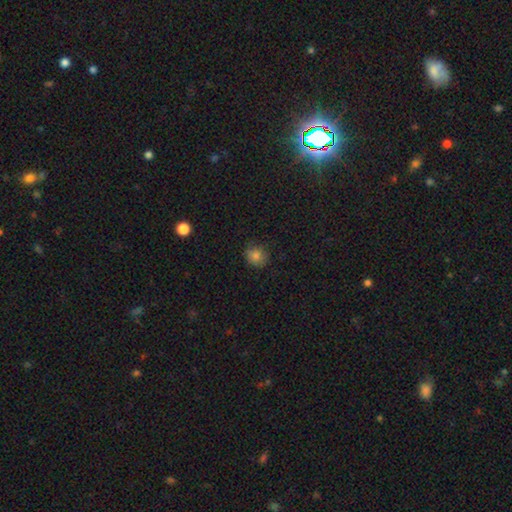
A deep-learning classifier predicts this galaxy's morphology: smooth-or-featured: smooth: 82% | star or artifact: 12% | featured or disk: 6%
  how-rounded: round: 82% | in between: 17% | cigar-shaped: 1%
  merging: none: 82% | minor disturbance: 14% | major disturbance: 3% | merger: 1%